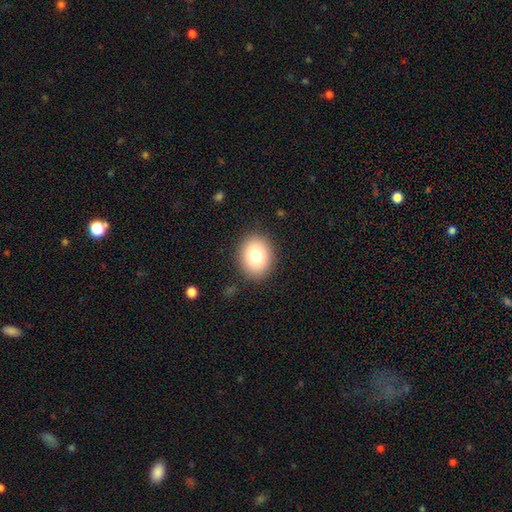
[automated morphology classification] Q: Smooth or featured?
A: smooth (78%); runner-up: featured or disk (12%)
Q: How rounded?
A: round (51%); runner-up: in between (49%)
Q: Merging?
A: none (87%); runner-up: minor disturbance (8%)